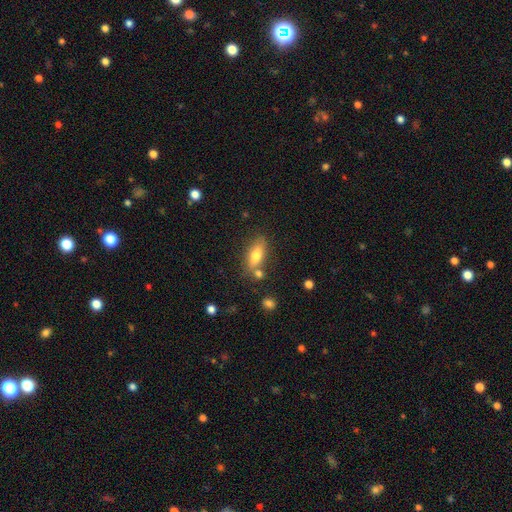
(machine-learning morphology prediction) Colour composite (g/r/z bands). It shows a smooth galaxy with no disk features (70%) that is in between round and cigar-shaped (70%). Merging: none (69%).